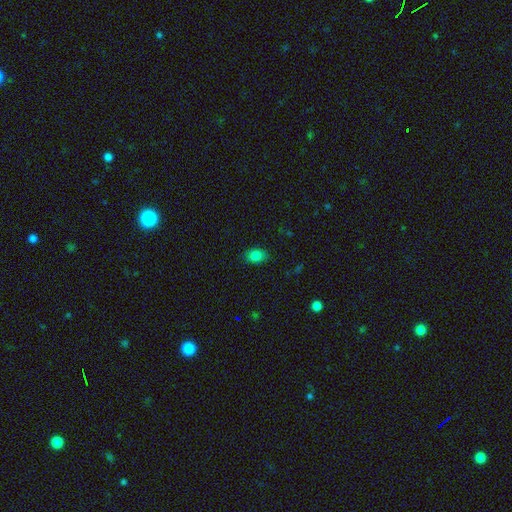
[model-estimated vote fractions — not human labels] This is clearly a smooth galaxy (82%). How rounded: likely in between (76%). Merging: clearly none (82%).